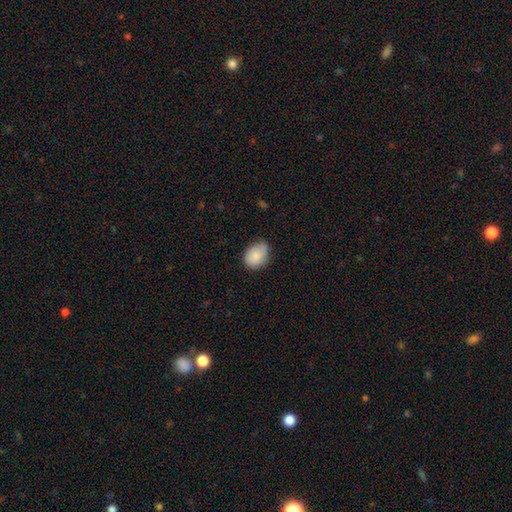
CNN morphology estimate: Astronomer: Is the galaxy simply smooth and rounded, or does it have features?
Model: smooth — 82%.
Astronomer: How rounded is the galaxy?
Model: in between — 67%.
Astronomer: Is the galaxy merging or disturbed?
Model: none — 57% (runner-up: minor disturbance, 36%).